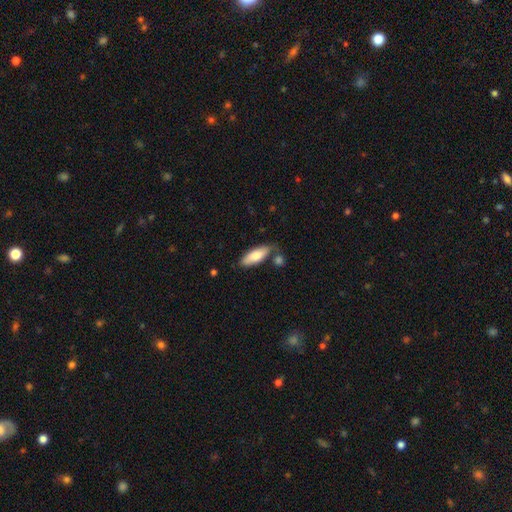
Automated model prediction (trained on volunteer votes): This appears to be a smooth galaxy with no disk features (78%) that is in between round and cigar-shaped (69%). Merging: none (62%).